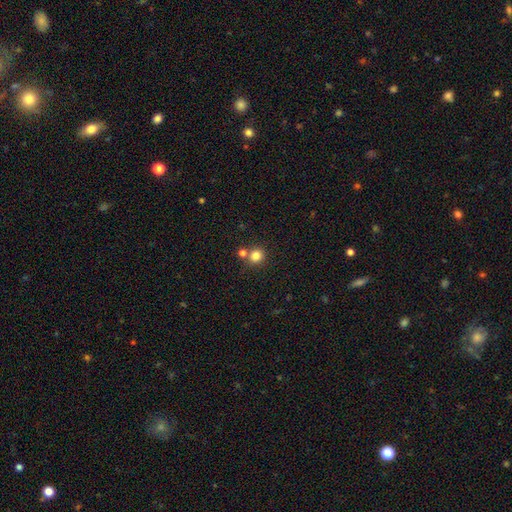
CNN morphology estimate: smooth-or-featured: smooth: 81% | star or artifact: 13% | featured or disk: 6%
  how-rounded: round: 90% | in between: 10% | cigar-shaped: 1%
  merging: none: 70% | merger: 20% | minor disturbance: 8% | major disturbance: 3%